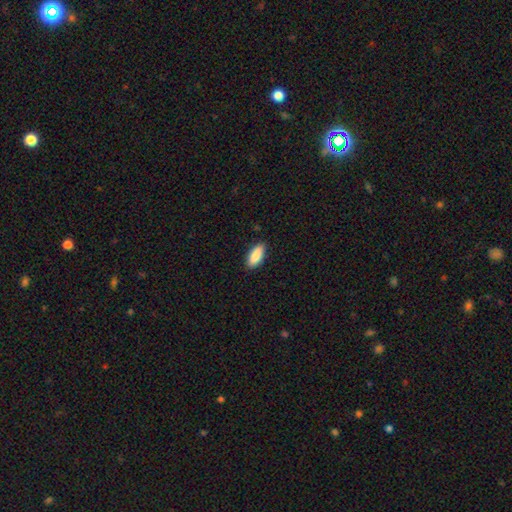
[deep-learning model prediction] smooth_or_featured: smooth (p=0.88) [alt: star or artifact p=0.06]
how_rounded: in between (p=0.83) [alt: cigar-shaped p=0.15]
merging: none (p=0.85) [alt: minor disturbance p=0.12]